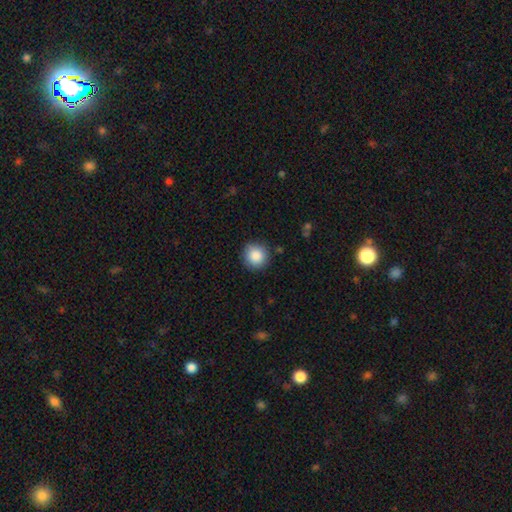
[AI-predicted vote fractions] Smooth or featured: smooth — 88% (star or artifact — 8%)
How rounded: round — 95% (in between — 4%)
Merging: none — 89% (minor disturbance — 7%)